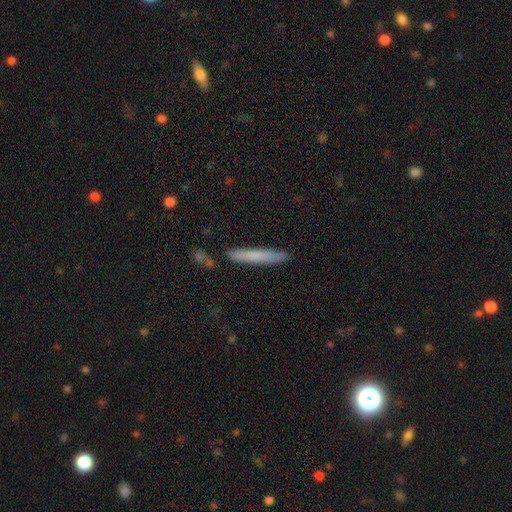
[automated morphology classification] Overall: smooth (69%). How rounded: cigar-shaped (96%). Merging: none (85%).